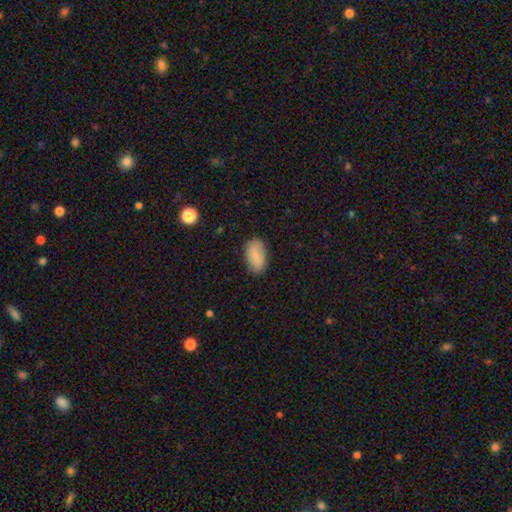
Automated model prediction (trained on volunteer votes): smooth 84%, featured or disk 9%, star or artifact 7%. Down the decision tree: how rounded — in between (94%); merging — none (84%).